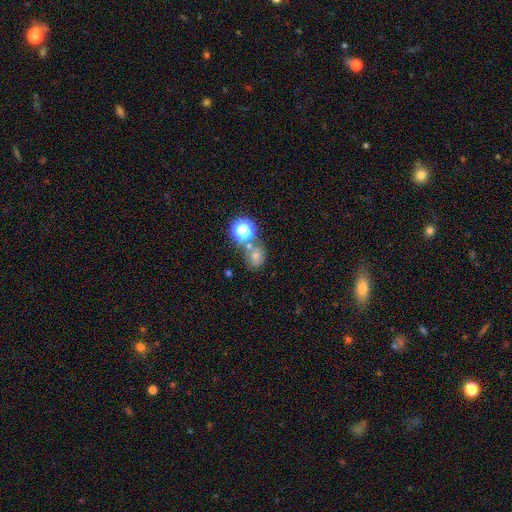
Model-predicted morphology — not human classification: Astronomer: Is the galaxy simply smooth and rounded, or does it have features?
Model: smooth — 61%.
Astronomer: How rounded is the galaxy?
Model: round — 66%.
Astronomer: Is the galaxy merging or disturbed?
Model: none — 51% (runner-up: merger, 29%).